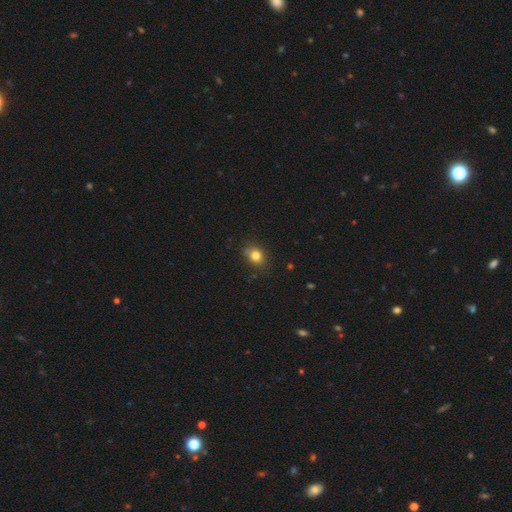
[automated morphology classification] A smooth galaxy with no disk features (81%) that is in between round and cigar-shaped (50%).

Vote fractions:
- Smooth or featured? smooth: 81% / star or artifact: 12% / featured or disk: 8%
- How rounded? in between: 50% / round: 48% / cigar-shaped: 1%
- Merging? none: 77% / minor disturbance: 17% / major disturbance: 3% / merger: 3%